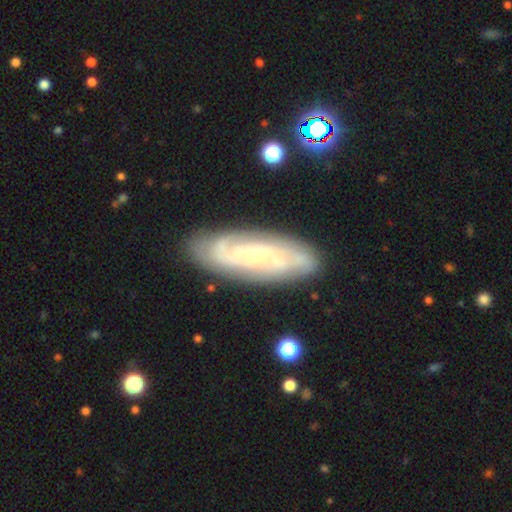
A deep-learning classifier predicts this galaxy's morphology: Q: Smooth or featured?
A: featured or disk (77%); runner-up: smooth (17%)
Q: Edge-on disk?
A: no (88%); runner-up: yes (12%)
Q: Bar?
A: no (67%); runner-up: weak (26%)
Q: Spiral arms?
A: yes (92%); runner-up: no (8%)
Q: Spiral winding?
A: tight (59%); runner-up: medium (32%)
Q: Spiral arm count?
A: can't tell (40%); runner-up: 2 (28%)
Q: Bulge size?
A: small (74%); runner-up: moderate (22%)
Q: Merging?
A: none (80%); runner-up: minor disturbance (14%)